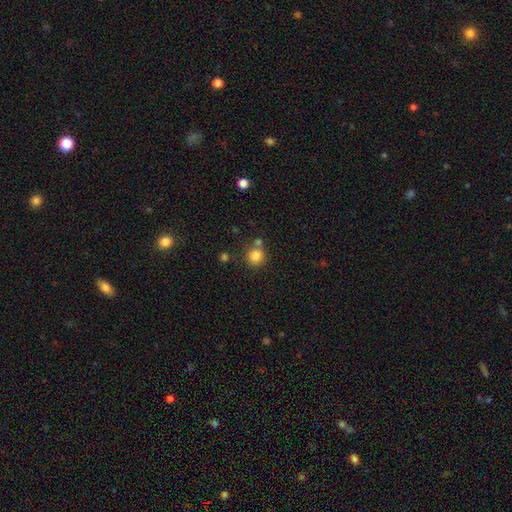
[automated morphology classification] smooth-or-featured: smooth: 83% | star or artifact: 11% | featured or disk: 6%
  how-rounded: round: 90% | in between: 9% | cigar-shaped: 1%
  merging: none: 72% | merger: 16% | minor disturbance: 9% | major disturbance: 3%